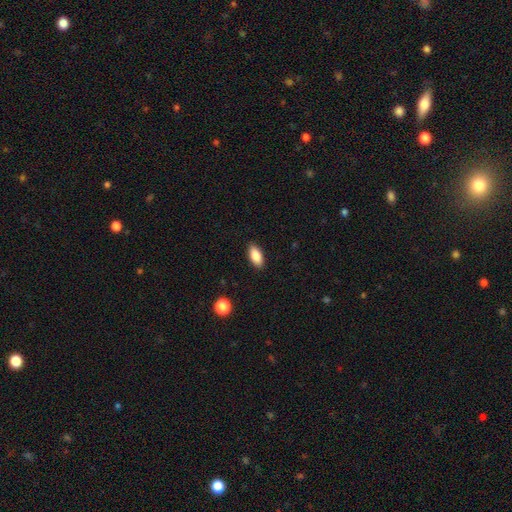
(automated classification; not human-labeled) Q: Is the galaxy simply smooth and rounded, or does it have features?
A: smooth — 85%.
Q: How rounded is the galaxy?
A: in between — 88%.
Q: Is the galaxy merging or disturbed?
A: none — 89%.